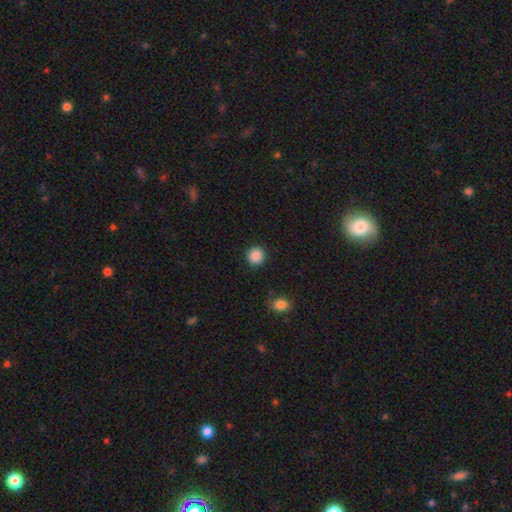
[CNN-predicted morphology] smooth_or_featured: smooth (p=0.88) [alt: star or artifact p=0.09]
how_rounded: round (p=0.93) [alt: in between p=0.06]
merging: none (p=0.91) [alt: minor disturbance p=0.05]